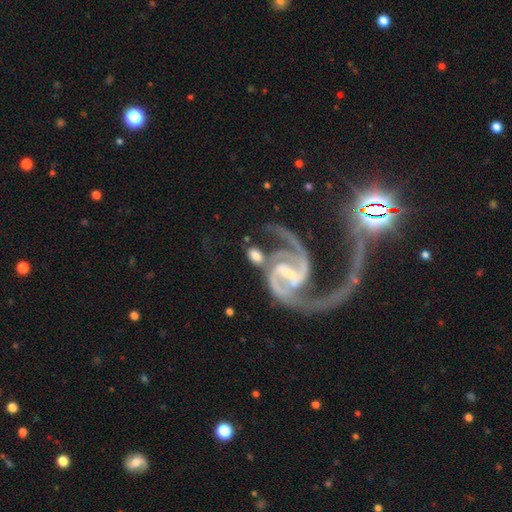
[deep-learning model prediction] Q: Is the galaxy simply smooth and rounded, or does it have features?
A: featured or disk — 63%.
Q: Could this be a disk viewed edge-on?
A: no — 95%.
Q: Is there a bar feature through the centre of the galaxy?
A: weak — 40%.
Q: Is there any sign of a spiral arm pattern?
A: yes — 90%.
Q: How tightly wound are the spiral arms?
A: medium — 44%.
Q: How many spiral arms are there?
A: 2 — 86%.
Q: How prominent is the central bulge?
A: small — 42%.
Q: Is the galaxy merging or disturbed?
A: none — 41%.